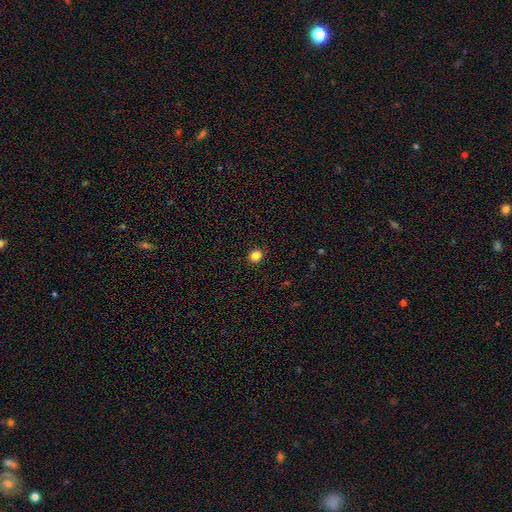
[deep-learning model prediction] This is clearly a smooth galaxy (84%). How rounded: likely round (79%). Merging: clearly none (92%).